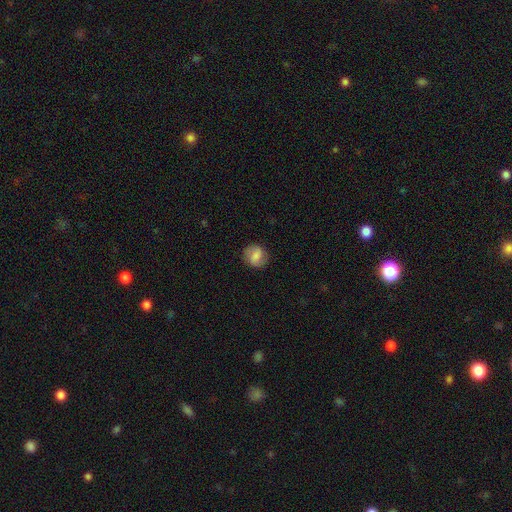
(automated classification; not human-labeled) Smooth or featured? smooth (60%)
How rounded? round (76%)
Merging? none (82%)